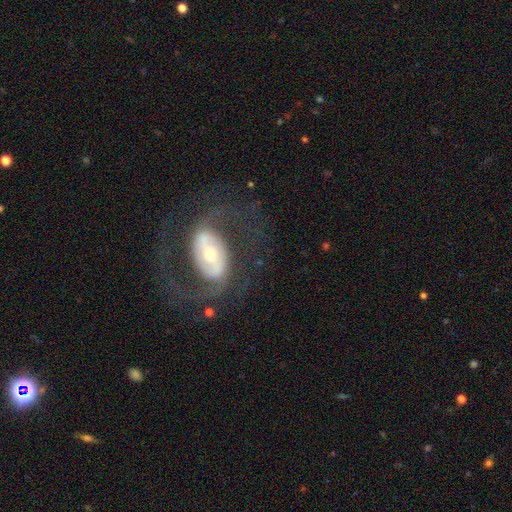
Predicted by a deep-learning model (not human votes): Q: Smooth or featured?
A: featured or disk (79%); runner-up: smooth (13%)
Q: Edge-on disk?
A: no (95%); runner-up: yes (5%)
Q: Bar?
A: no (39%); runner-up: strong (31%)
Q: Spiral arms?
A: yes (80%); runner-up: no (20%)
Q: Spiral winding?
A: medium (52%); runner-up: tight (24%)
Q: Spiral arm count?
A: 2 (88%); runner-up: can't tell (6%)
Q: Bulge size?
A: moderate (47%); runner-up: small (35%)
Q: Merging?
A: none (74%); runner-up: major disturbance (14%)